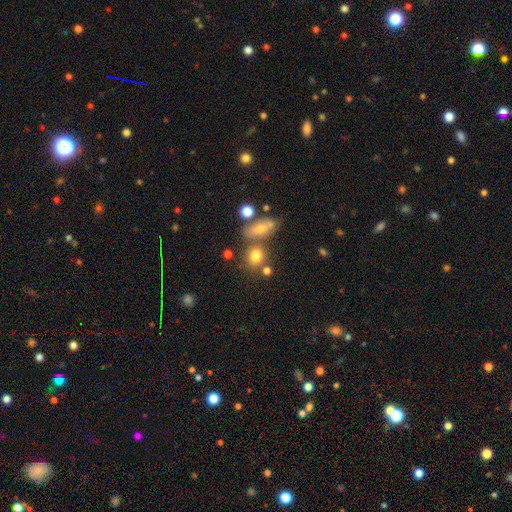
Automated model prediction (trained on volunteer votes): smooth 76%, star or artifact 12%, featured or disk 12%. Down the decision tree: how rounded — round (62%); merging — none (61%).